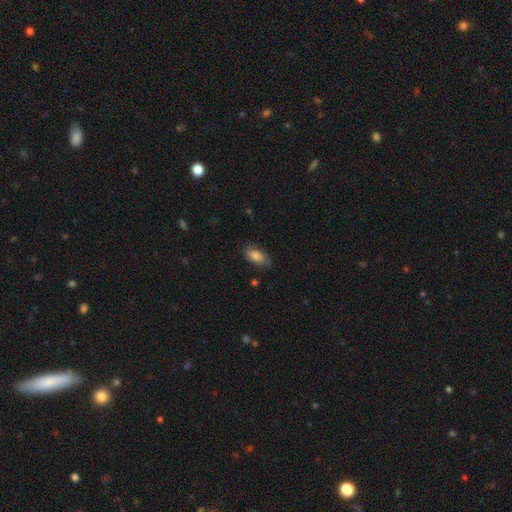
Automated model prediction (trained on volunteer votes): This appears to be a smooth galaxy with no disk features (72%) that is in between round and cigar-shaped (91%). Merging: none (73%).